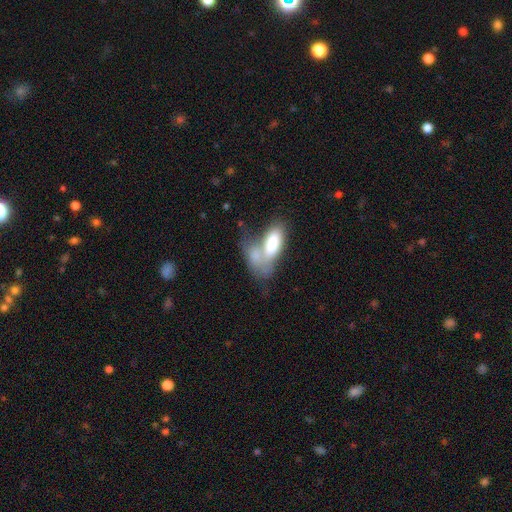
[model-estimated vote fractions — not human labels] Smooth or featured?
  - smooth: 71% *
  - featured or disk: 22%
  - star or artifact: 8%
How rounded?
  - in between: 81% *
  - cigar-shaped: 15%
  - round: 4%
Merging?
  - merger: 59% *
  - none: 15%
  - major disturbance: 14%
  - minor disturbance: 11%